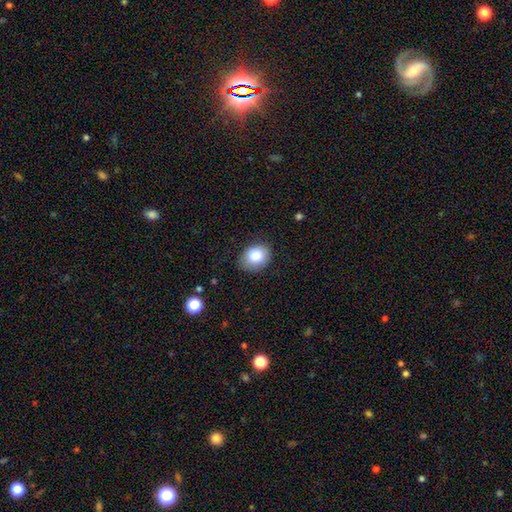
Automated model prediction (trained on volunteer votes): Smooth or featured: smooth — 86% (star or artifact — 8%)
How rounded: in between — 57% (round — 42%)
Merging: none — 78% (minor disturbance — 17%)